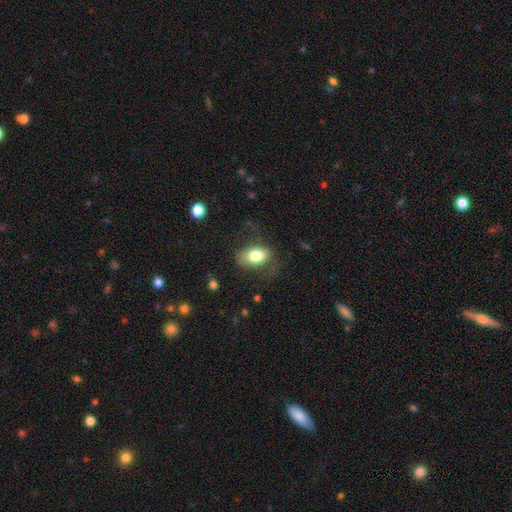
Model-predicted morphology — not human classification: smooth-or-featured: smooth: 72% | featured or disk: 21% | star or artifact: 7%
  how-rounded: in between: 86% | round: 12% | cigar-shaped: 2%
  merging: none: 59% | minor disturbance: 22% | major disturbance: 17% | merger: 2%